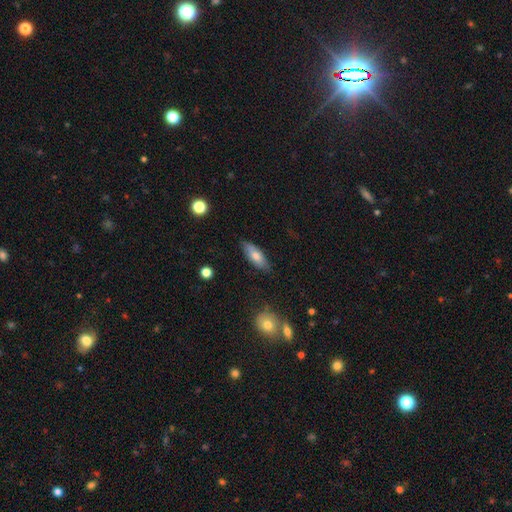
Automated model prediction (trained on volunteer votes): Morphology: type=smooth (71%); roundness=in between (71%); merging=none (81%).